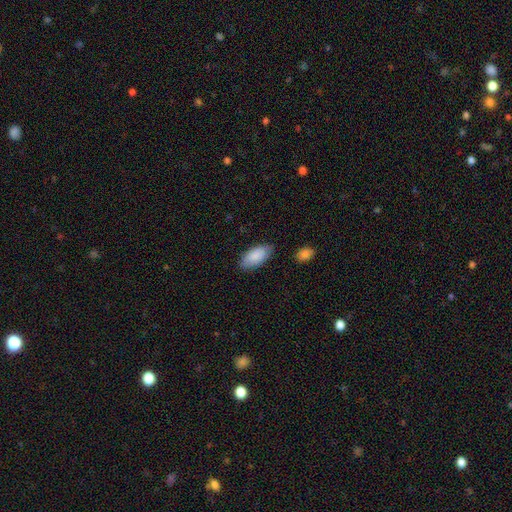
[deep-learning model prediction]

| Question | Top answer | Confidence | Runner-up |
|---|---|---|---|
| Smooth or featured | smooth | 88% | featured or disk (6%) |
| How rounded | in between | 92% | cigar-shaped (6%) |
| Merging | none | 80% | minor disturbance (15%) |